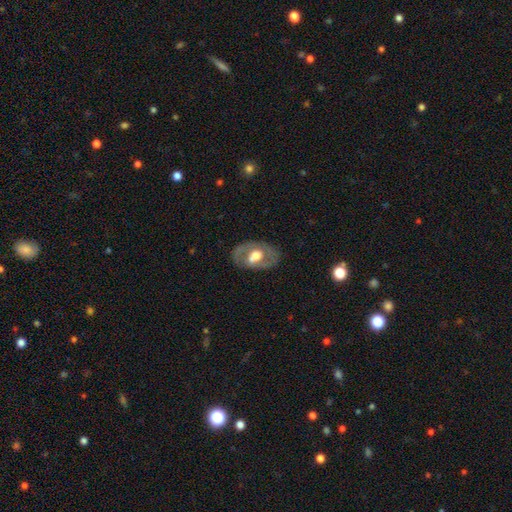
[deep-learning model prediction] Q: Smooth or featured?
A: featured or disk (63%); runner-up: smooth (31%)
Q: Edge-on disk?
A: no (93%); runner-up: yes (7%)
Q: Bar?
A: no (54%); runner-up: weak (33%)
Q: Spiral arms?
A: no (55%); runner-up: yes (45%)
Q: Bulge size?
A: moderate (56%); runner-up: large (32%)
Q: Merging?
A: none (71%); runner-up: minor disturbance (18%)